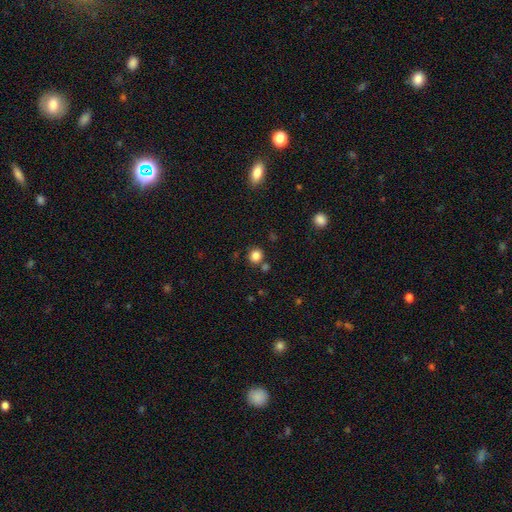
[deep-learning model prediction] Smooth or featured? smooth (84%)
How rounded? round (89%)
Merging? none (79%)